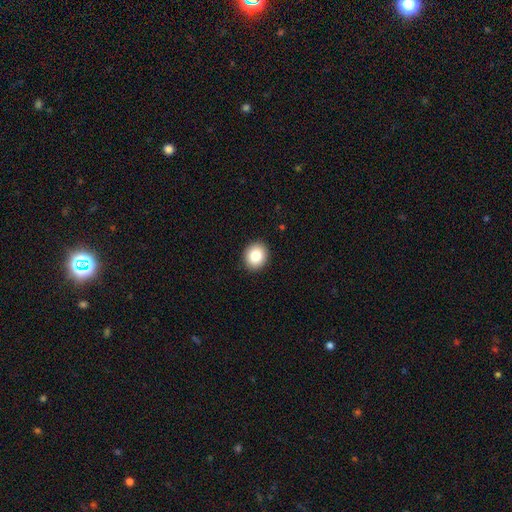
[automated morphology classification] The model was most divided on "how rounded": round: 68%, in between: 32%, cigar-shaped: 1%. More confident: merging — none (91%); smooth or featured — smooth (84%).